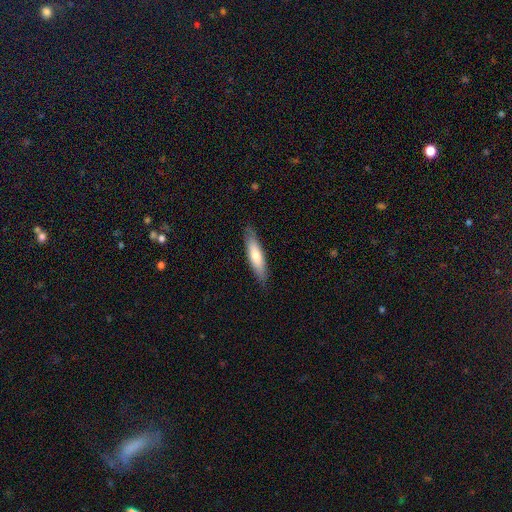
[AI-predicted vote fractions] The model was most divided on "smooth or featured": smooth: 67%, featured or disk: 28%, star or artifact: 5%. More confident: merging — none (86%); how rounded — cigar-shaped (75%).